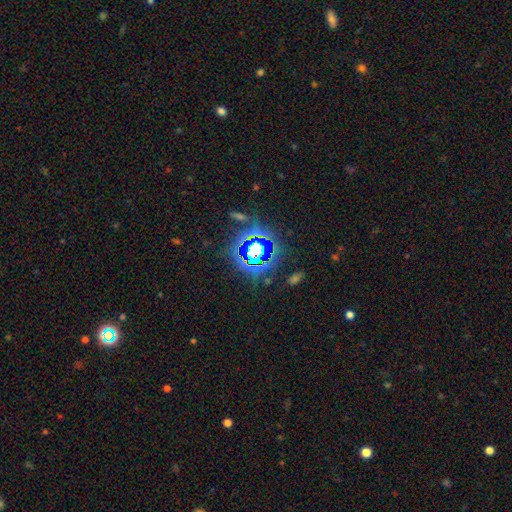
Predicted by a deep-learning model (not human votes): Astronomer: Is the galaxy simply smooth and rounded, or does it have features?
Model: star or artifact — 69%.